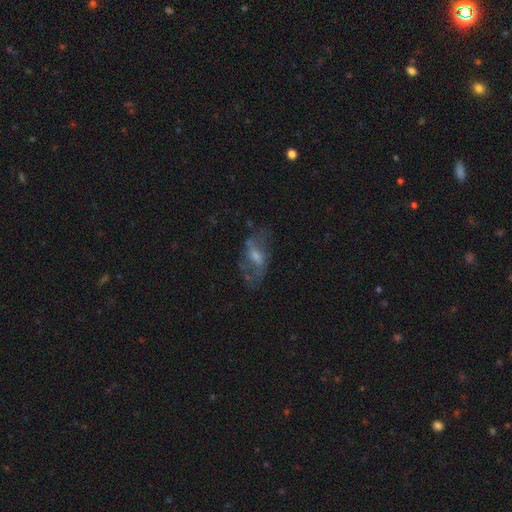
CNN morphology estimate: Overall: featured or disk (61%; smooth 29%). Edge-on disk: no (91%). Bar: weak (47%; no 34%). Spiral arms: yes (58%; no 42%). Bulge size: moderate (42%; small 36%). Merging: none (55%; major disturbance 22%).